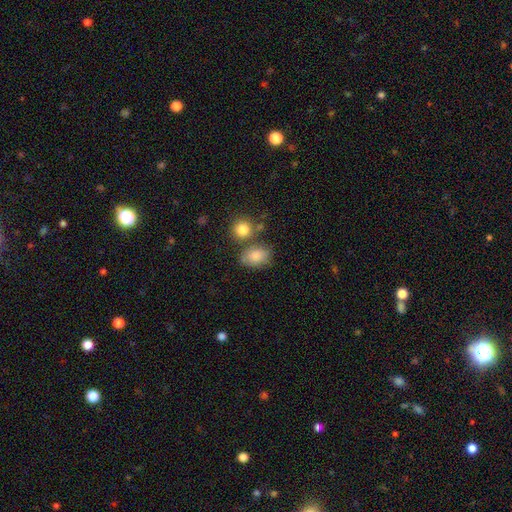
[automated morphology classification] Smooth or featured? Predicted: smooth (p=0.84). How rounded? Predicted: in between (p=0.71). Merging? Predicted: none (p=0.60).